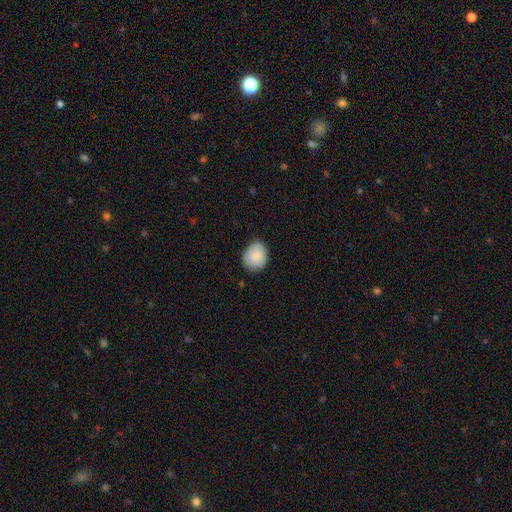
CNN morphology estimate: A smooth galaxy with no disk features (84%) that is in between round and cigar-shaped (50%). Merging: none (74%).